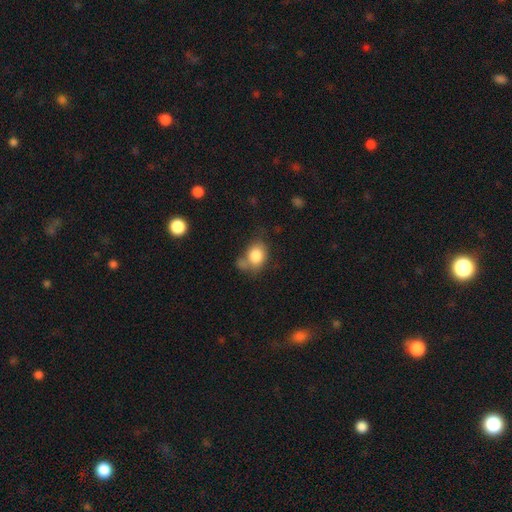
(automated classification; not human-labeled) Smooth or featured? Predicted: smooth (p=0.83). How rounded? Predicted: in between (p=0.58). Merging? Predicted: none (p=0.48).